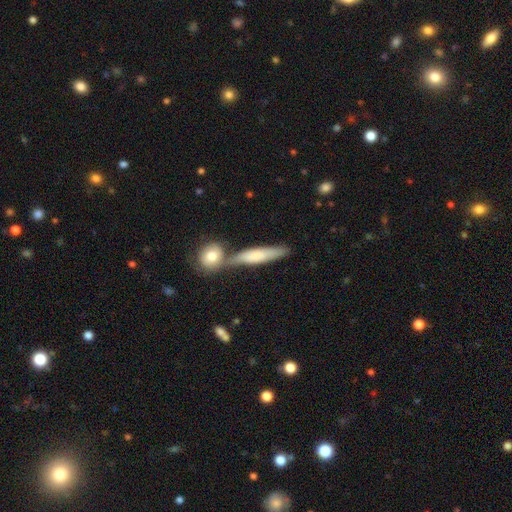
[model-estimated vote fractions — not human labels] A smooth galaxy with no disk features (67%) that is cigar-shaped (79%).

Vote fractions:
- Smooth or featured? smooth: 67% / featured or disk: 27% / star or artifact: 6%
- How rounded? cigar-shaped: 79% / in between: 19% / round: 3%
- Merging? none: 57% / merger: 26% / minor disturbance: 13% / major disturbance: 4%